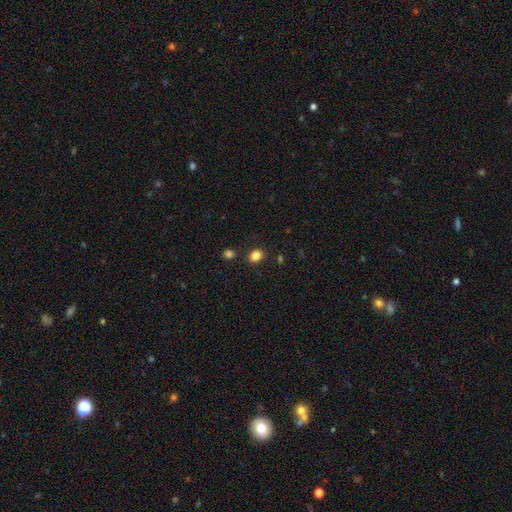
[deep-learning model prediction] A smooth galaxy with no disk features (84%) that is round (62%). Merging: none (85%).